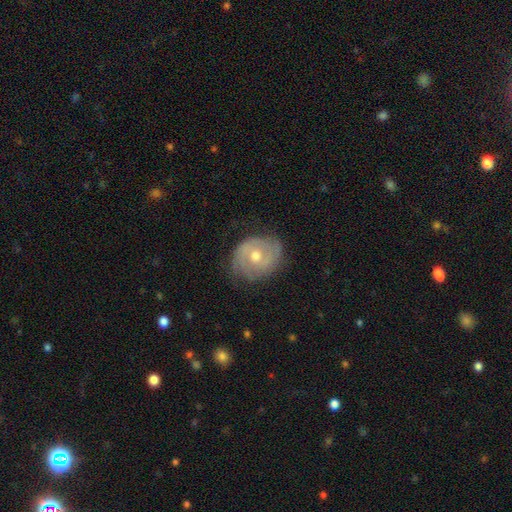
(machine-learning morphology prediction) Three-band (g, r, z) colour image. It shows a featured or disk galaxy (73%) with no bar (67%), 2 (48%) tight (62%) spiral arms (82%) and a moderate central bulge (72%). Merging: none (72%).